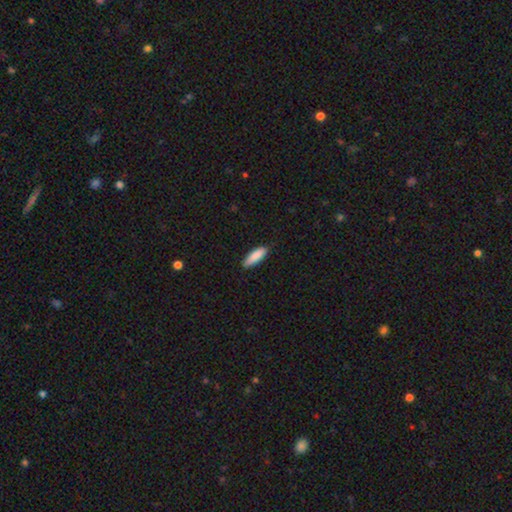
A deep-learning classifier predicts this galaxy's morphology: This is clearly a smooth galaxy (87%). How rounded: possibly in between (49%, tied with cigar-shaped). Merging: clearly none (85%).